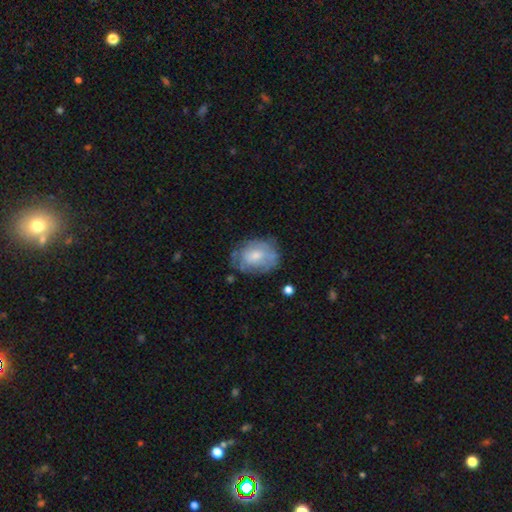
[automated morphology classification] smooth-or-featured: featured or disk: 48% | smooth: 45% | star or artifact: 7%
  merging: none: 59% | minor disturbance: 26% | major disturbance: 12% | merger: 2%